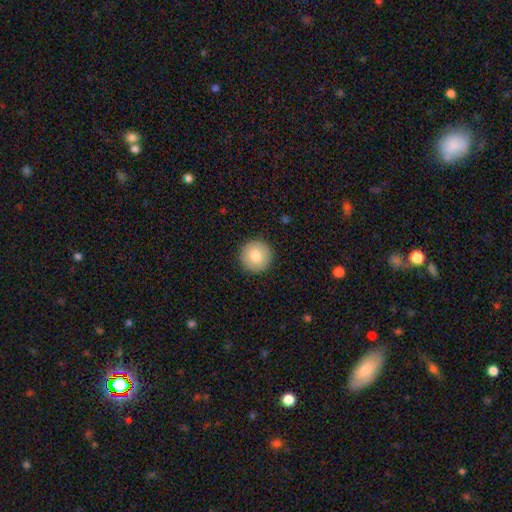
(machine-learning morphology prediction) This is clearly a smooth galaxy (83%). How rounded: clearly round (96%). Merging: clearly none (92%).